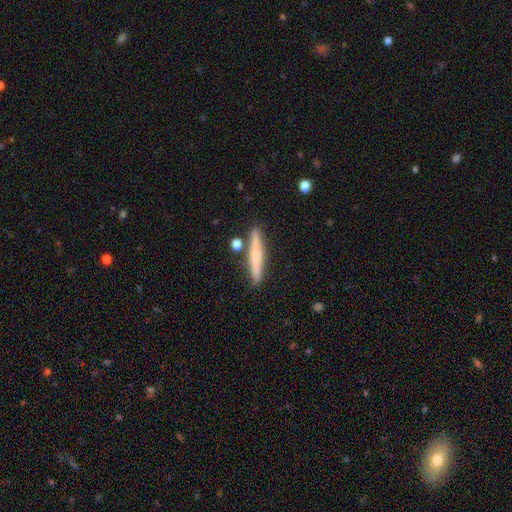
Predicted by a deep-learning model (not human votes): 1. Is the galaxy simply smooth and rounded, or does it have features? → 55% smooth, 38% featured or disk, 6% star or artifact.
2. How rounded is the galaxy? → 93% cigar-shaped, 5% in between, 2% round.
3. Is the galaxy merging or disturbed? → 85% none, 9% minor disturbance, 4% merger, 2% major disturbance.